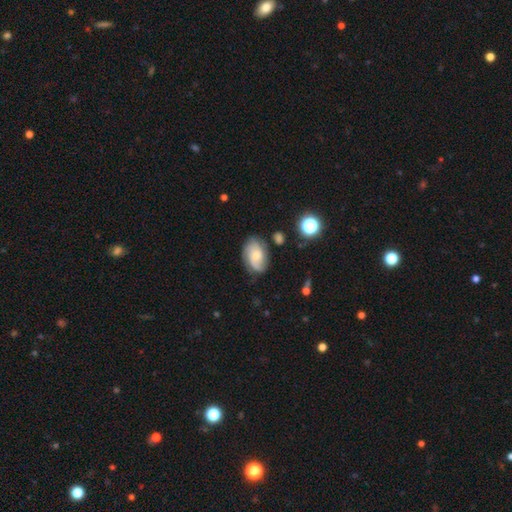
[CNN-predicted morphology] This is possibly a featured or disk galaxy (59%). It is clearly not viewed edge-on (96%). Bar: likely no (68%). Spiral arm pattern: clearly yes (91%). Spiral arm count: marginally 2 (43%). Spiral winding: marginally medium (40%). Central bulge: possibly small (48%). Merging: likely none (70%).